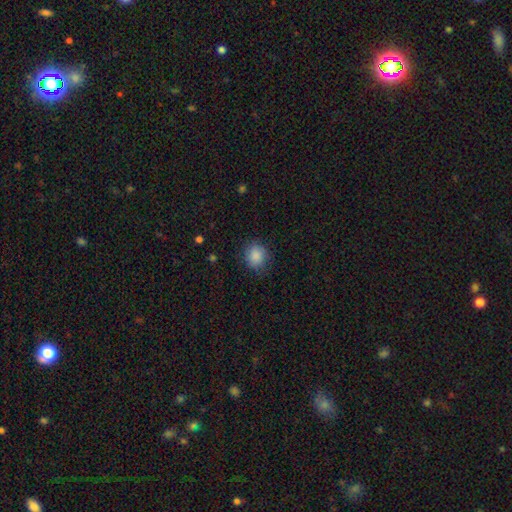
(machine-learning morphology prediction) smooth_or_featured: smooth (p=0.87) [alt: star or artifact p=0.08]
how_rounded: round (p=0.72) [alt: in between p=0.27]
merging: none (p=0.81) [alt: minor disturbance p=0.14]